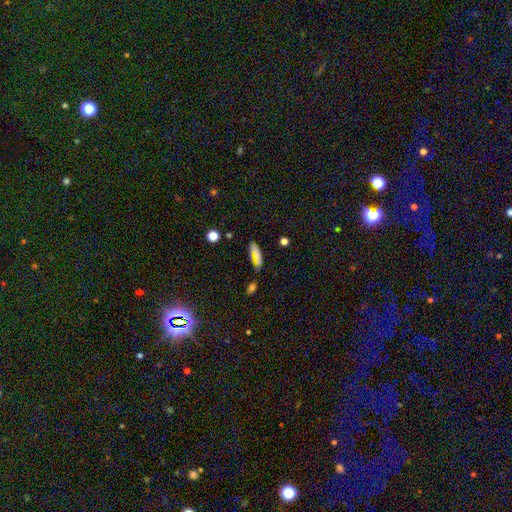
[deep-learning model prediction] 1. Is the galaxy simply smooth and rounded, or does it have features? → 61% smooth, 23% featured or disk, 16% star or artifact.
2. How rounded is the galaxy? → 60% in between, 36% cigar-shaped, 5% round.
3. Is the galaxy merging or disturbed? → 71% none, 19% minor disturbance, 5% major disturbance, 4% merger.